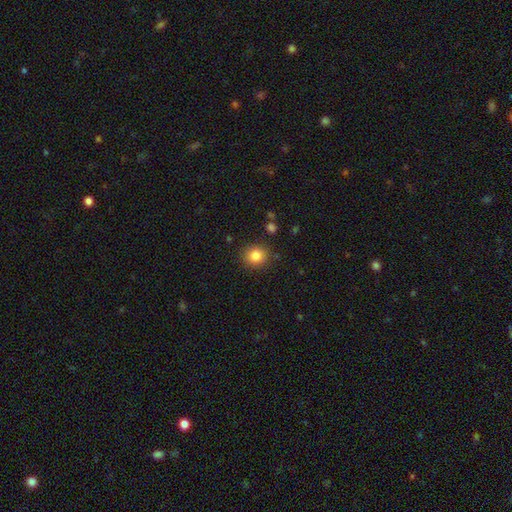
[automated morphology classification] Smooth or featured: smooth — 84% (star or artifact — 10%)
How rounded: round — 82% (in between — 17%)
Merging: none — 87% (minor disturbance — 9%)